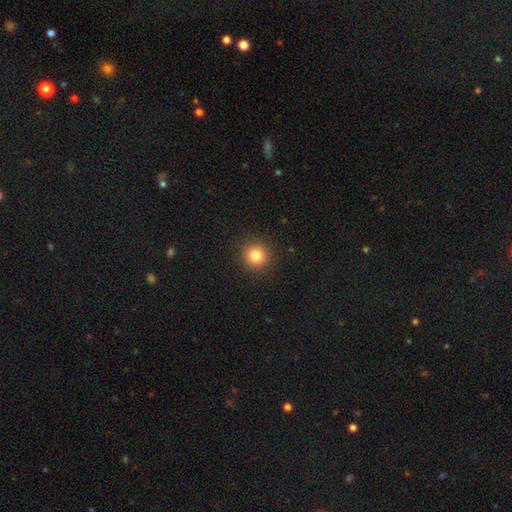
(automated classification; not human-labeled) Morphology: type=smooth (83%); roundness=round (93%); merging=none (91%).